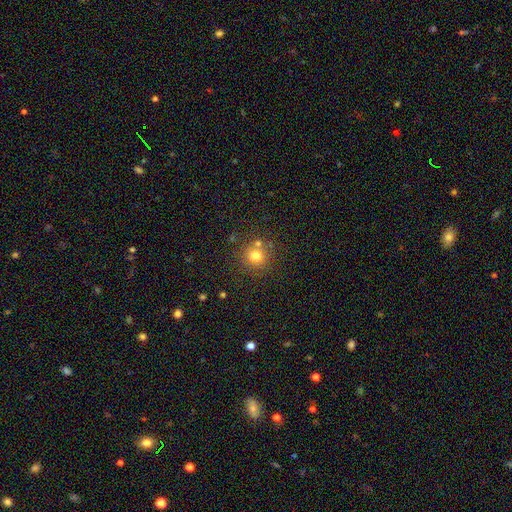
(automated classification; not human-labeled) Smooth or featured? smooth (77%)
How rounded? round (90%)
Merging? none (73%)